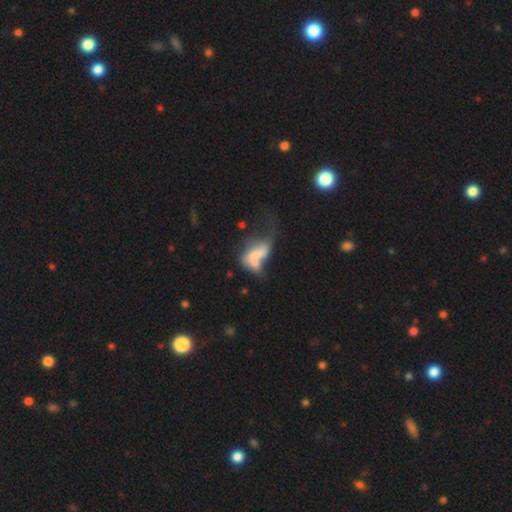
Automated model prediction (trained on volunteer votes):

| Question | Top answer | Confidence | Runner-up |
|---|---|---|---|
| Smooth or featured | smooth | 49% | featured or disk (40%) |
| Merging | merger | 42% | major disturbance (34%) |